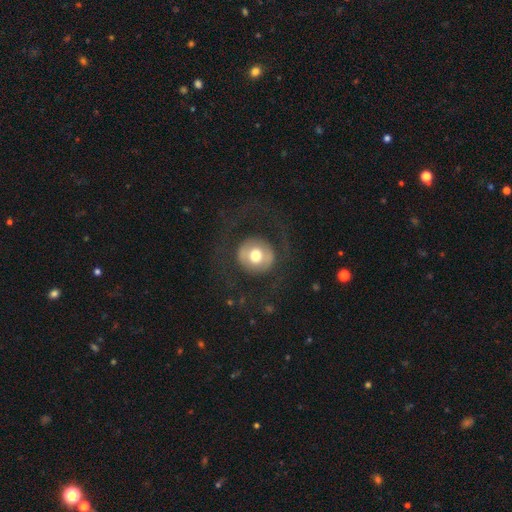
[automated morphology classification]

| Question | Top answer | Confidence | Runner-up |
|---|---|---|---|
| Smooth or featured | smooth | 52% | featured or disk (41%) |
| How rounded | round | 89% | in between (10%) |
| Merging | none | 72% | major disturbance (17%) |